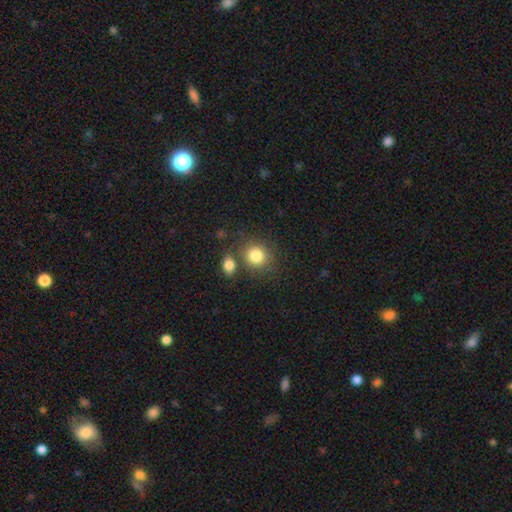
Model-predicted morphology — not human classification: Smooth or featured? Predicted: smooth (p=0.83). How rounded? Predicted: round (p=0.79). Merging? Predicted: none (p=0.67).